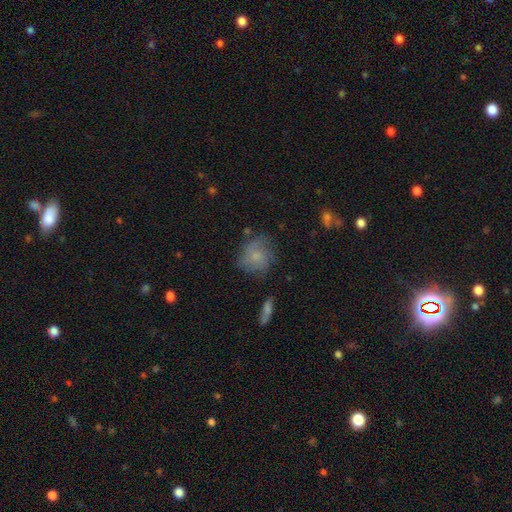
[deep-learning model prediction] smooth-or-featured: smooth: 61% | featured or disk: 30% | star or artifact: 10%
  how-rounded: round: 75% | in between: 24% | cigar-shaped: 1%
  merging: none: 59% | minor disturbance: 25% | major disturbance: 12% | merger: 3%